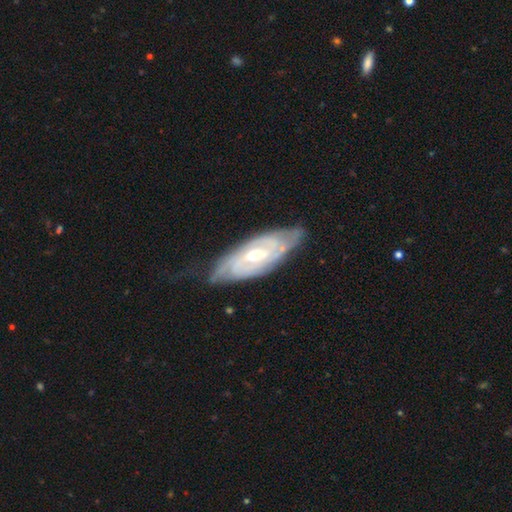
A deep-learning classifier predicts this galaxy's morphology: Smooth or featured?
  - featured or disk: 84% *
  - smooth: 11%
  - star or artifact: 5%
Edge-on disk?
  - no: 87% *
  - yes: 13%
Bar?
  - weak: 47% *
  - no: 33%
  - strong: 20%
Spiral arms?
  - yes: 93% *
  - no: 7%
Spiral winding?
  - tight: 65% *
  - medium: 28%
  - loose: 7%
Spiral arm count?
  - can't tell: 39% *
  - 2: 31%
  - 3: 15%
  - 4: 8%
  - more than 4: 4%
  - 1: 4%
Bulge size?
  - moderate: 58% *
  - small: 37%
  - large: 3%
  - none: 1%
  - dominant: 1%
Merging?
  - none: 68% *
  - minor disturbance: 24%
  - major disturbance: 6%
  - merger: 1%